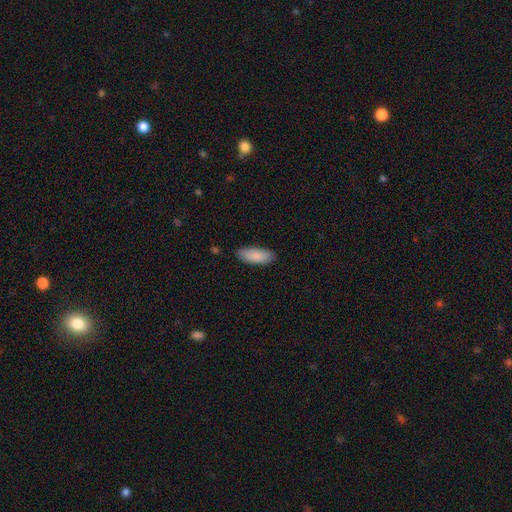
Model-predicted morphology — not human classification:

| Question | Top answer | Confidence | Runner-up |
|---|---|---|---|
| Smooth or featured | smooth | 88% | star or artifact (6%) |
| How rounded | in between | 75% | cigar-shaped (24%) |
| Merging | none | 85% | minor disturbance (11%) |